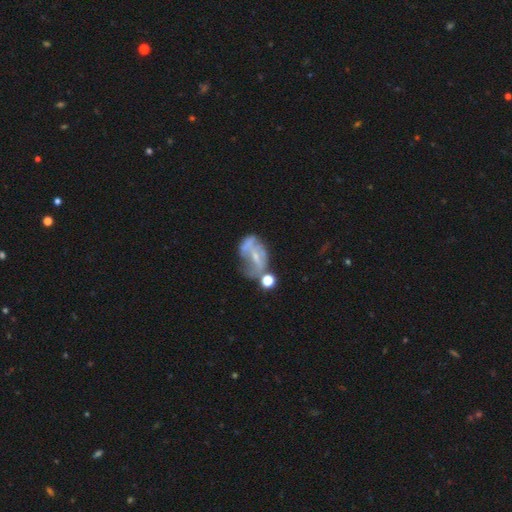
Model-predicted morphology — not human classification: This is likely a featured or disk galaxy (62%). It is clearly not viewed edge-on (95%). Bar: marginally no (44%). Spiral arm pattern: possibly no (54%). Central bulge: possibly small (57%). Merging: marginally major disturbance (32%).